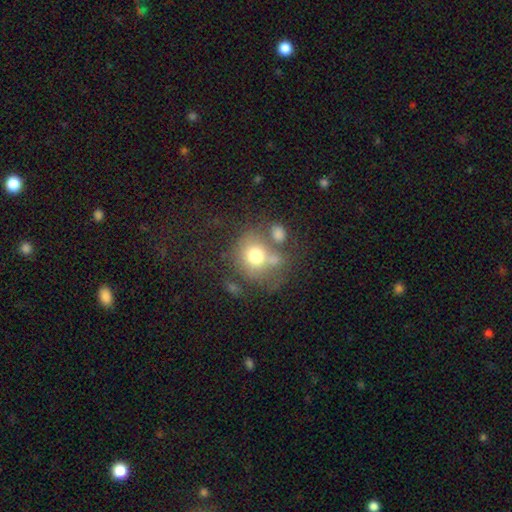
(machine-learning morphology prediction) Smooth or featured: smooth — 66% (featured or disk — 23%)
How rounded: round — 74% (in between — 25%)
Merging: none — 39% (merger — 26%)